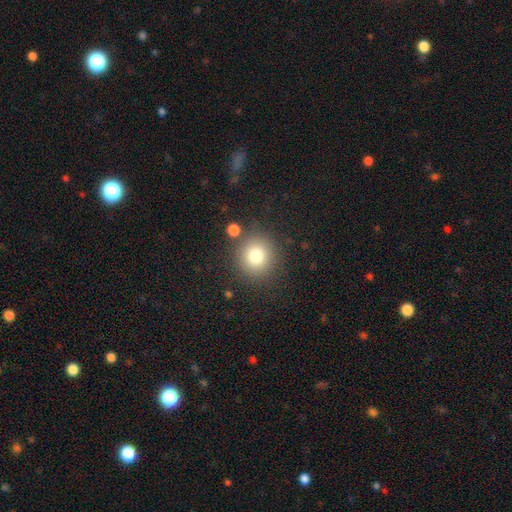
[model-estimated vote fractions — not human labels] smooth-or-featured: smooth: 79% | star or artifact: 12% | featured or disk: 8%
  how-rounded: round: 91% | in between: 8% | cigar-shaped: 1%
  merging: none: 83% | minor disturbance: 8% | merger: 5% | major disturbance: 3%